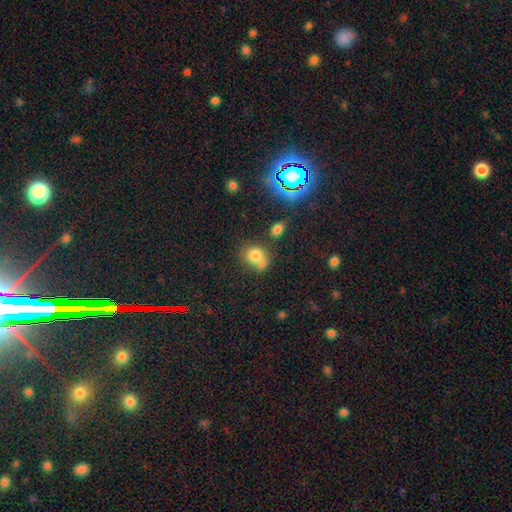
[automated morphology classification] Smooth or featured?
  - smooth: 74% *
  - star or artifact: 14%
  - featured or disk: 12%
How rounded?
  - round: 65% *
  - in between: 34%
  - cigar-shaped: 1%
Merging?
  - none: 44% *
  - merger: 35%
  - minor disturbance: 14%
  - major disturbance: 7%